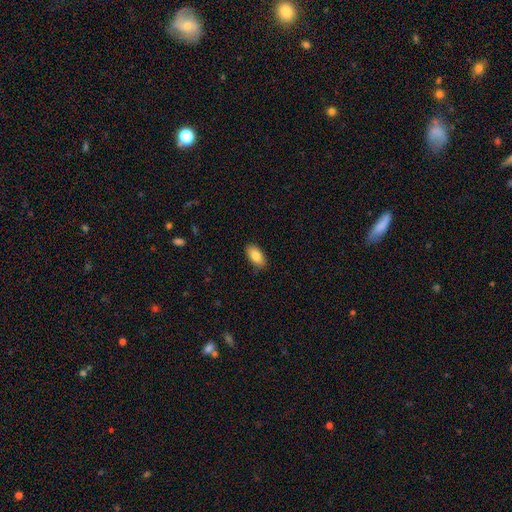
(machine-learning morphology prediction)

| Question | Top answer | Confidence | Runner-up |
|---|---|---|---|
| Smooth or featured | smooth | 85% | featured or disk (8%) |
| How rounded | in between | 93% | cigar-shaped (4%) |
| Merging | none | 86% | minor disturbance (11%) |